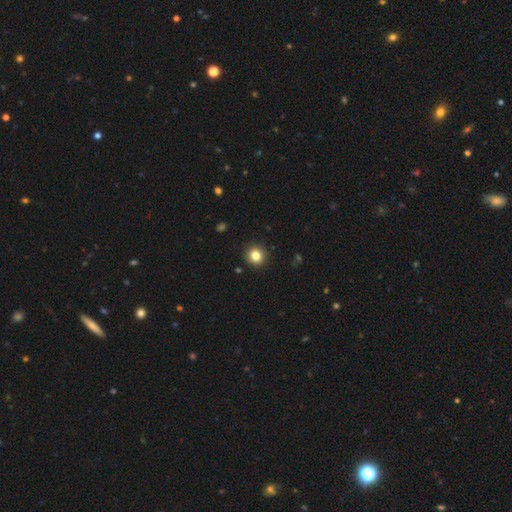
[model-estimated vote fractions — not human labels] Q: Smooth or featured?
A: smooth (83%); runner-up: star or artifact (11%)
Q: How rounded?
A: round (92%); runner-up: in between (7%)
Q: Merging?
A: none (92%); runner-up: minor disturbance (5%)